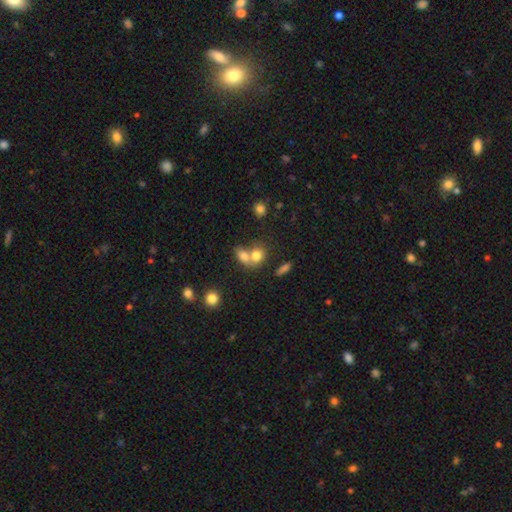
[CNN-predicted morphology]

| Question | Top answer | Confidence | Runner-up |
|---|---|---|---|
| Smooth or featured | smooth | 76% | featured or disk (13%) |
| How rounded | in between | 50% | round (47%) |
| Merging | merger | 58% | none (31%) |